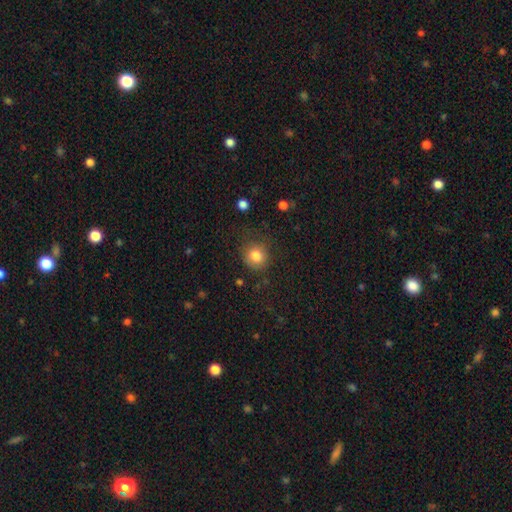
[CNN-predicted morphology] Overall: smooth (83%). How rounded: round (86%). Merging: none (76%).